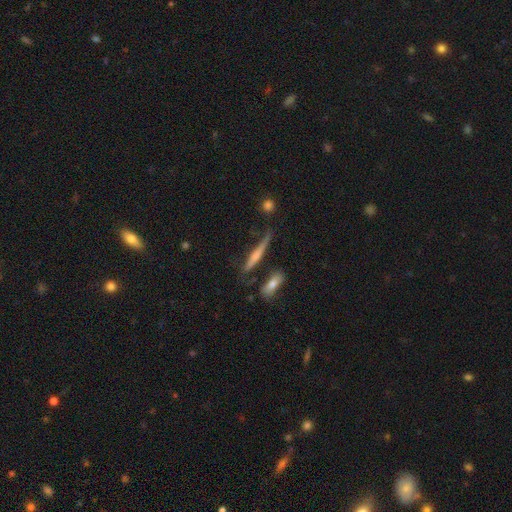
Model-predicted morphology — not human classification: featured or disk 51%, smooth 41%, star or artifact 8%. Down the decision tree: edge-on disk — yes (92%); merging — none (65%).